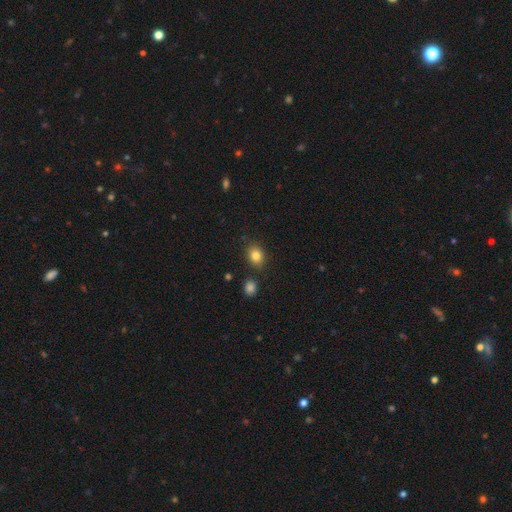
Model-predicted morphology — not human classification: Smooth or featured? smooth (83%)
How rounded? in between (52%)
Merging? none (81%)